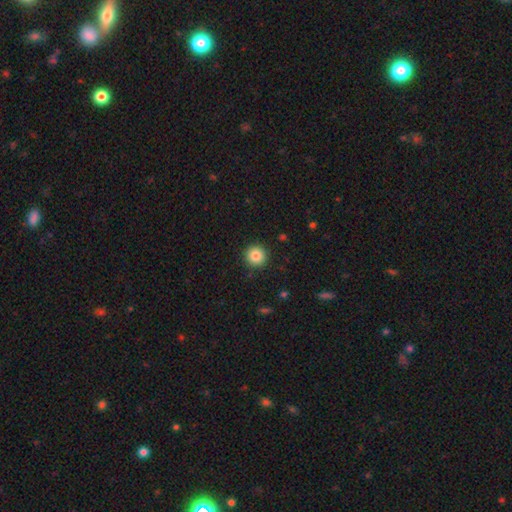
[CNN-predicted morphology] Smooth or featured? smooth (85%)
How rounded? round (95%)
Merging? none (91%)